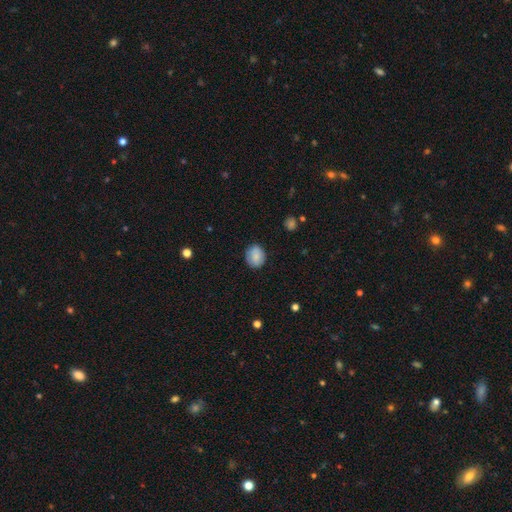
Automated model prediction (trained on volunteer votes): A smooth galaxy with no disk features (82%) that is round (66%).

Vote fractions:
- Smooth or featured? smooth: 82% / featured or disk: 10% / star or artifact: 8%
- How rounded? round: 66% / in between: 33% / cigar-shaped: 1%
- Merging? none: 82% / minor disturbance: 14% / major disturbance: 3% / merger: 1%